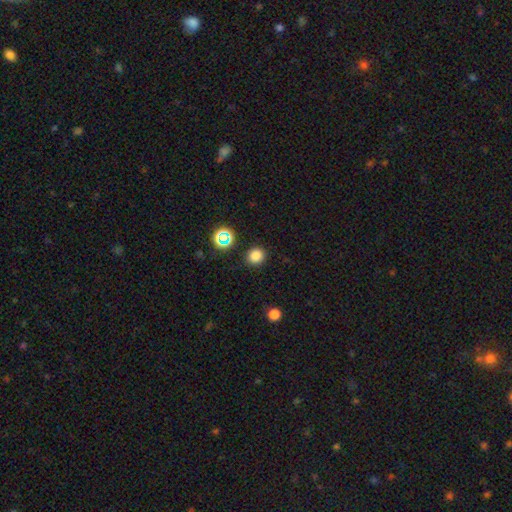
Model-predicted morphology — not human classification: A smooth galaxy with no disk features (79%) that is round (84%). Merging: none (89%).